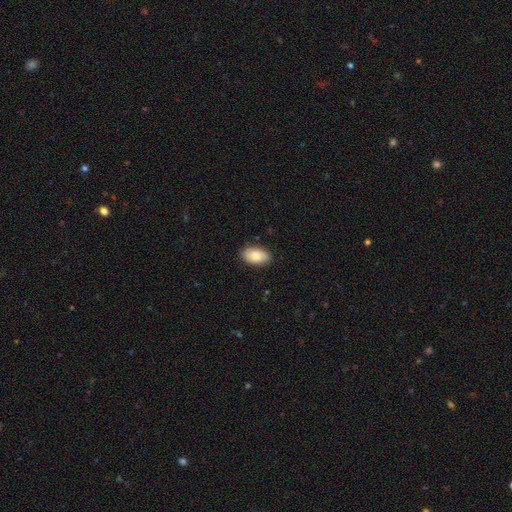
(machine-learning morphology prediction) This appears to be a smooth galaxy with no disk features (83%) that is in between round and cigar-shaped (94%). Merging: none (86%).